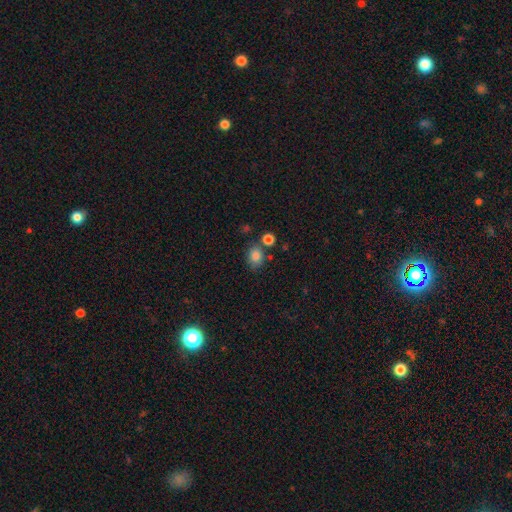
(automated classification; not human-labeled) Morphology: type=smooth (82%); roundness=round (50%); merging=none (71%).